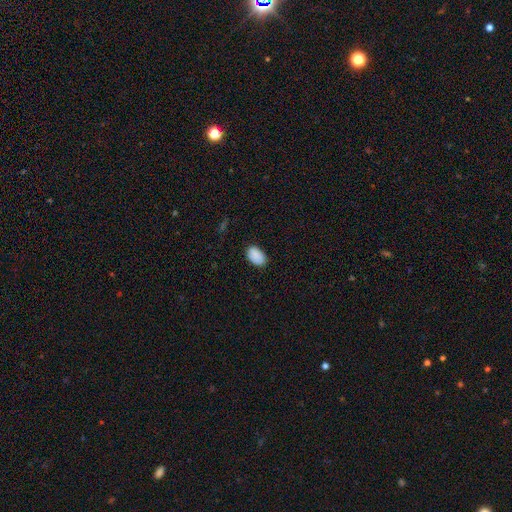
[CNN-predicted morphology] This appears to be a smooth galaxy with no disk features (89%) that is in between round and cigar-shaped (91%). Merging: none (83%).